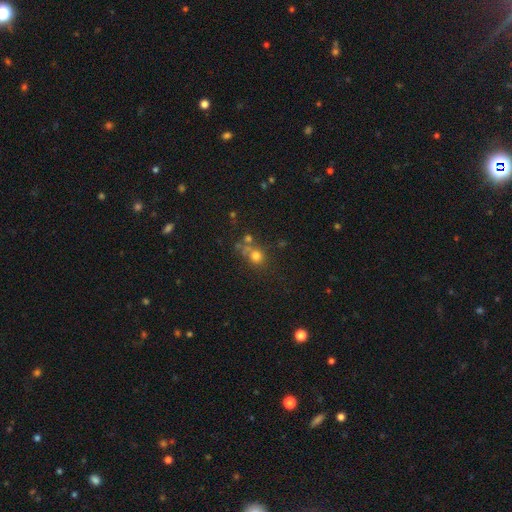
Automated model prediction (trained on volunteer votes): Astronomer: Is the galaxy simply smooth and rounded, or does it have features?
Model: smooth — 72%.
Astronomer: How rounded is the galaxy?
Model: round — 75%.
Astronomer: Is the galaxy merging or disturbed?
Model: none — 49%.